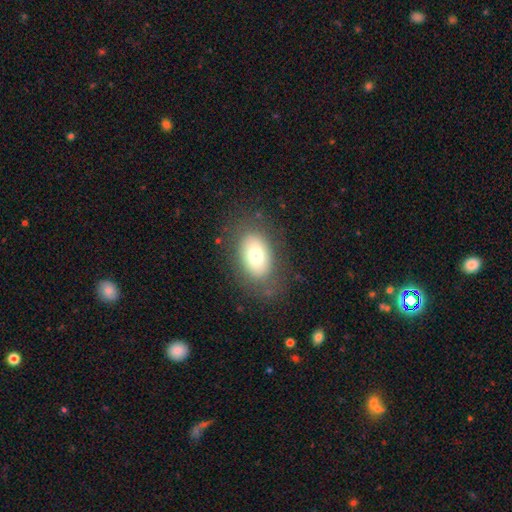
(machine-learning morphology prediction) A smooth galaxy with no disk features (73%) that is in between round and cigar-shaped (85%).

Vote fractions:
- Smooth or featured? smooth: 73% / featured or disk: 18% / star or artifact: 9%
- How rounded? in between: 85% / round: 13% / cigar-shaped: 1%
- Merging? none: 78% / minor disturbance: 14% / major disturbance: 6% / merger: 1%